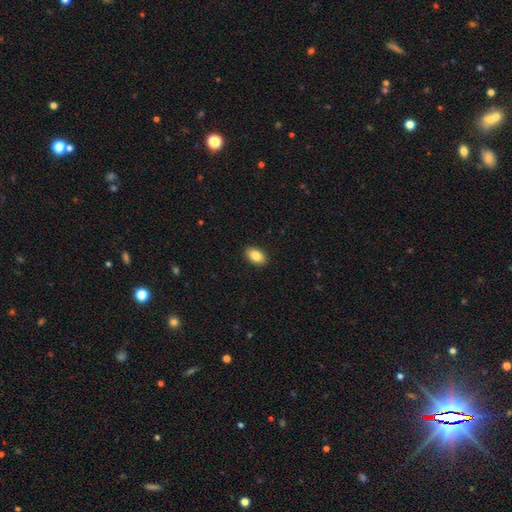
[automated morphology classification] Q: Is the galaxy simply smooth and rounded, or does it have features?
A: smooth — 86%.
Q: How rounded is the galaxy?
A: in between — 92%.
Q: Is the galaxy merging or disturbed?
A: none — 91%.